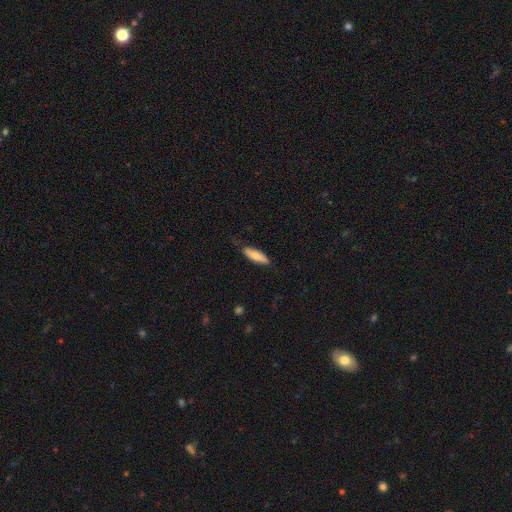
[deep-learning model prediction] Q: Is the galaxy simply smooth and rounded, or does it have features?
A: smooth — 78%.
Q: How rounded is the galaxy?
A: cigar-shaped — 53%.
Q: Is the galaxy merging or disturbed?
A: none — 77%.